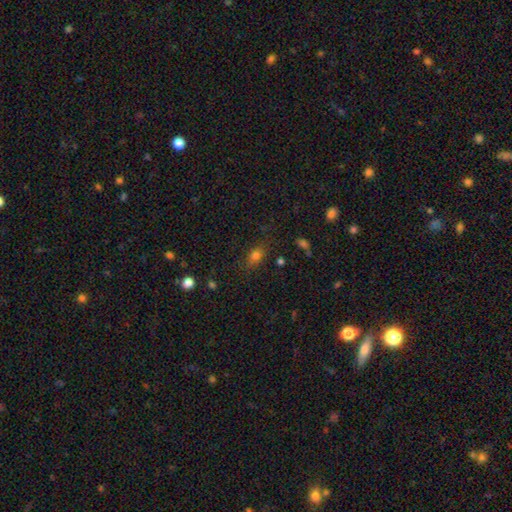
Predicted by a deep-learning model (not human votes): Smooth or featured? smooth (75%)
How rounded? in between (73%)
Merging? none (77%)